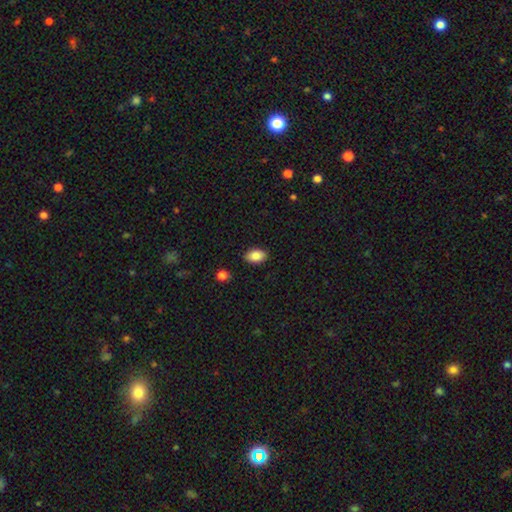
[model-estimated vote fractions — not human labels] Smooth or featured? smooth (87%)
How rounded? in between (89%)
Merging? none (88%)